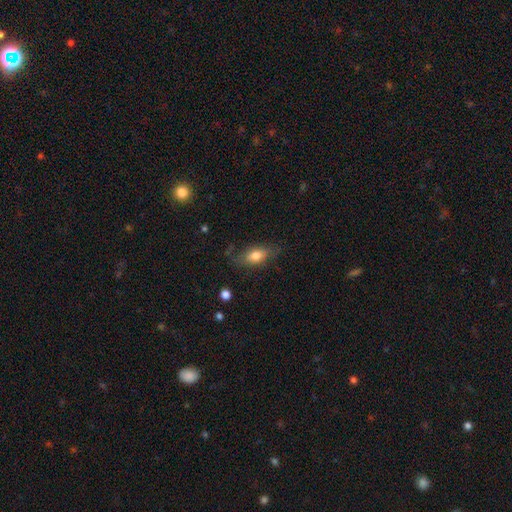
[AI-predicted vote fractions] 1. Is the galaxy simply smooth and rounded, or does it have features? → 70% smooth, 23% featured or disk, 8% star or artifact.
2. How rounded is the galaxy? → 78% in between, 16% cigar-shaped, 6% round.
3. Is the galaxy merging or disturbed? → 71% none, 20% minor disturbance, 7% major disturbance, 2% merger.